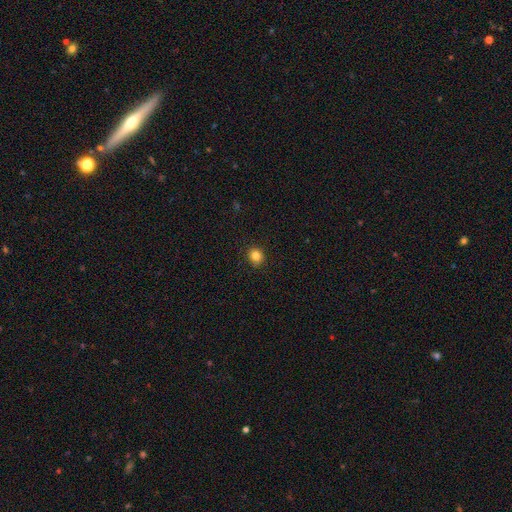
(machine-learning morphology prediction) smooth_or_featured: smooth (p=0.83) [alt: star or artifact p=0.12]
how_rounded: round (p=0.86) [alt: in between p=0.13]
merging: none (p=0.91) [alt: minor disturbance p=0.06]